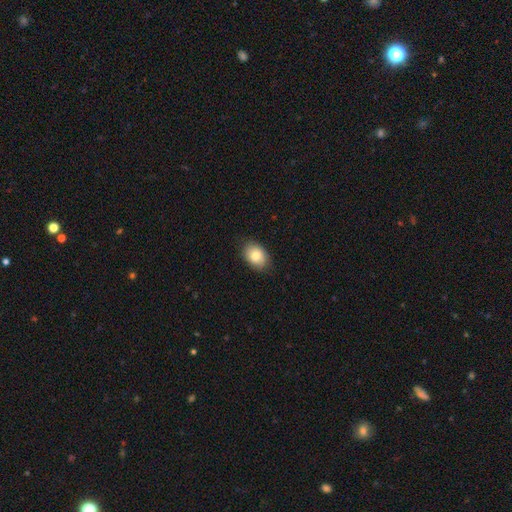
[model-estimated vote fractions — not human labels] A smooth galaxy with no disk features (81%) that is in between round and cigar-shaped (76%).

Vote fractions:
- Smooth or featured? smooth: 81% / featured or disk: 12% / star or artifact: 8%
- How rounded? in between: 76% / round: 23% / cigar-shaped: 1%
- Merging? none: 83% / minor disturbance: 13% / major disturbance: 2% / merger: 1%